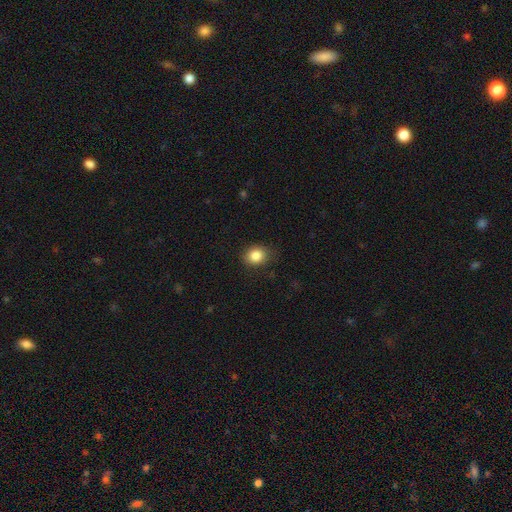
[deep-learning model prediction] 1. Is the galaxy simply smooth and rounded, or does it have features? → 84% smooth, 10% star or artifact, 6% featured or disk.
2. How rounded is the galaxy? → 68% round, 31% in between, 1% cigar-shaped.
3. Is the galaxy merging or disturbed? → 84% none, 12% minor disturbance, 3% major disturbance, 1% merger.